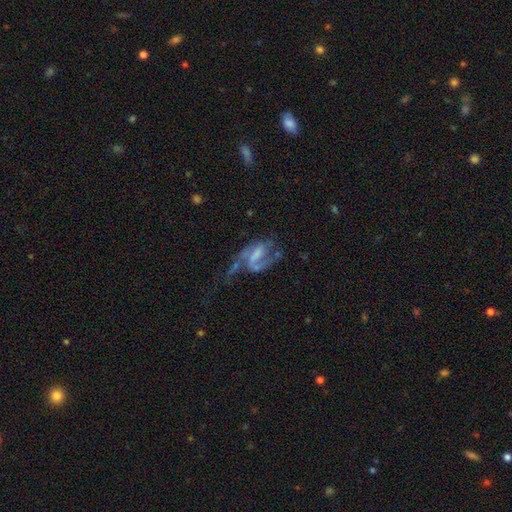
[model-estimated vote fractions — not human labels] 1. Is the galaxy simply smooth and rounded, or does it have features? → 74% featured or disk, 18% smooth, 9% star or artifact.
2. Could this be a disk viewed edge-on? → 97% no, 3% yes.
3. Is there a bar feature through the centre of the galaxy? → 43% weak, 31% strong, 26% no.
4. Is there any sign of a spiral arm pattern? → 80% yes, 20% no.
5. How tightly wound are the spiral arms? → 43% medium, 40% loose, 18% tight.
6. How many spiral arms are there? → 61% 2, 23% 1, 11% can't tell, 3% 3, 1% 4, 1% more than 4.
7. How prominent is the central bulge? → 43% none, 22% moderate, 21% small, 11% large, 2% dominant.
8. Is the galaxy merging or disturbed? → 45% major disturbance, 27% none, 18% minor disturbance, 9% merger.